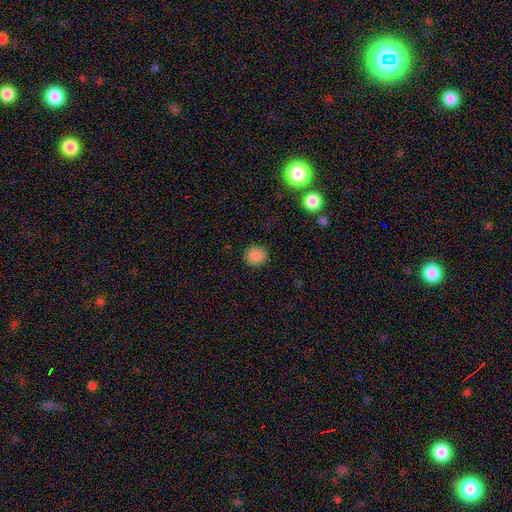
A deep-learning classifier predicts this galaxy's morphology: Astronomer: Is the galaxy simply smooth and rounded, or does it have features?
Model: smooth — 87%.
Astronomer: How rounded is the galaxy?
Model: round — 93%.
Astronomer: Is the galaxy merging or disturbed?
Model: none — 91%.